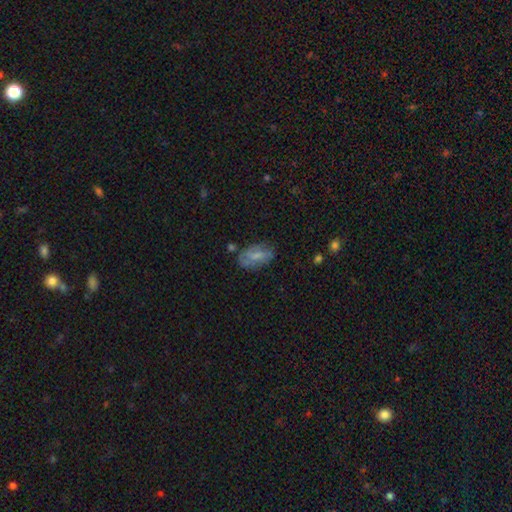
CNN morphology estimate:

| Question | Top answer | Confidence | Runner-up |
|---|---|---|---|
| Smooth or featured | smooth | 52% | featured or disk (39%) |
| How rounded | in between | 90% | round (6%) |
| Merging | none | 60% | minor disturbance (26%) |